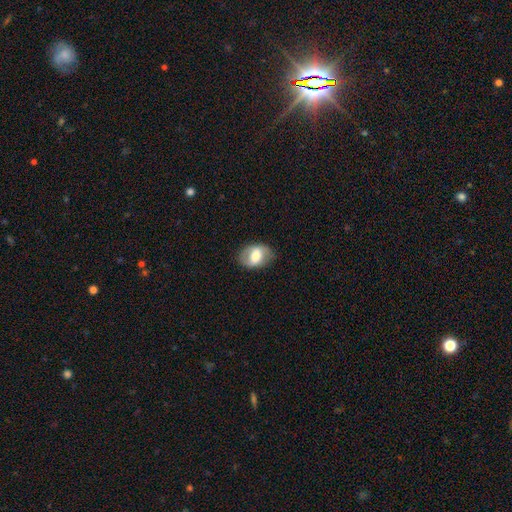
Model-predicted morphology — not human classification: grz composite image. It shows a smooth galaxy with no disk features (54%) that is in between round and cigar-shaped (80%). Merging: none (76%).